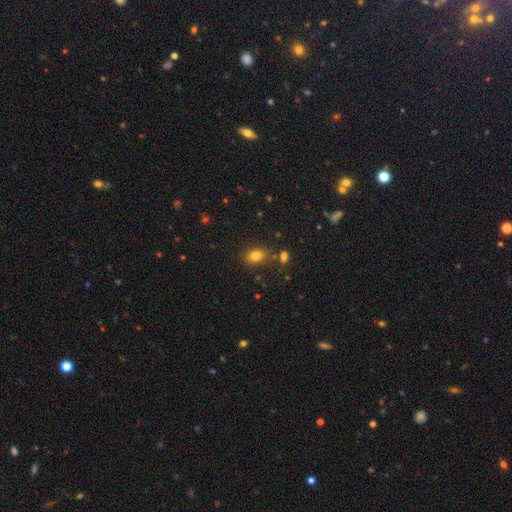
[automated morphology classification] Smooth or featured? smooth (81%)
How rounded? in between (77%)
Merging? none (79%)